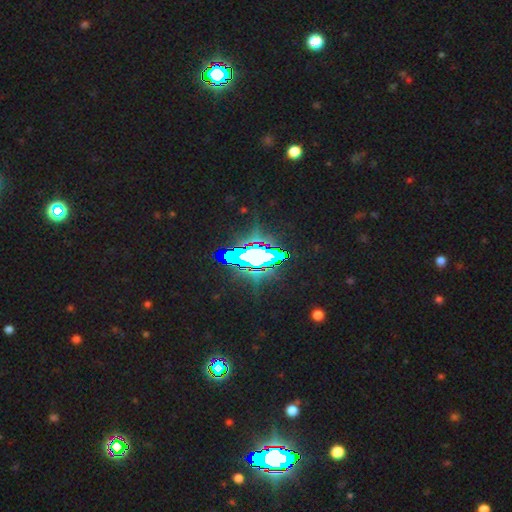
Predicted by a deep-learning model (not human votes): A star or artifact, not a galaxy (70%).